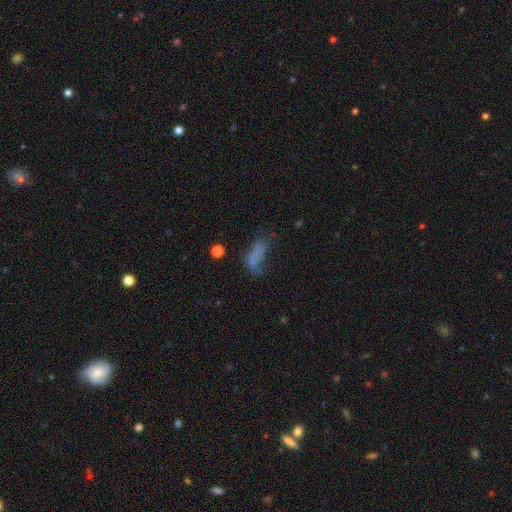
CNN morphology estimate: Smooth or featured? Predicted: smooth (p=0.51). How rounded? Predicted: in between (p=0.77). Merging? Predicted: major disturbance (p=0.40).